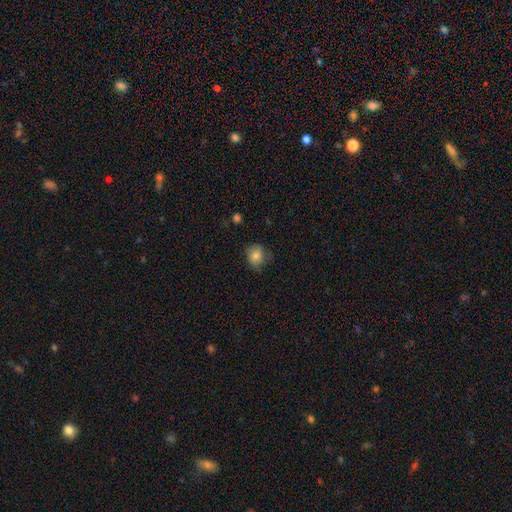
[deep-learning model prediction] Overall: smooth (80%). How rounded: round (67%; in between 32%). Merging: none (65%; minor disturbance 26%).